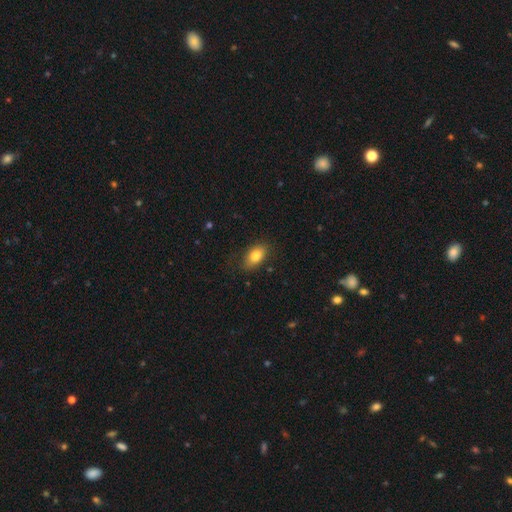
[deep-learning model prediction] Smooth or featured?
  - smooth: 80% *
  - featured or disk: 12%
  - star or artifact: 8%
How rounded?
  - in between: 88% *
  - round: 9%
  - cigar-shaped: 3%
Merging?
  - none: 81% *
  - minor disturbance: 14%
  - major disturbance: 3%
  - merger: 1%